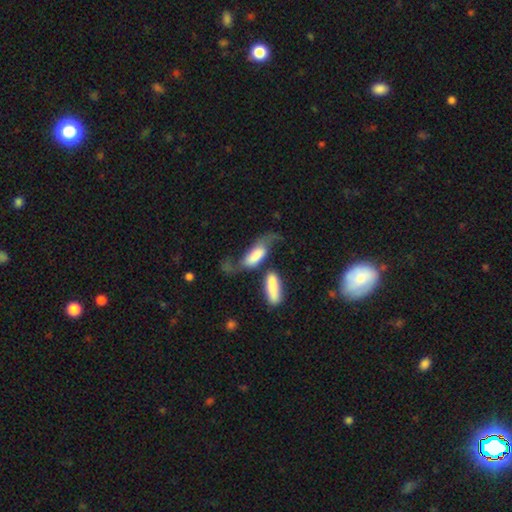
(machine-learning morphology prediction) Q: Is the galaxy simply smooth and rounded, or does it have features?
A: smooth — 57%.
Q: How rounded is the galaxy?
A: in between — 70%.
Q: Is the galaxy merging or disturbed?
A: merger — 29%.